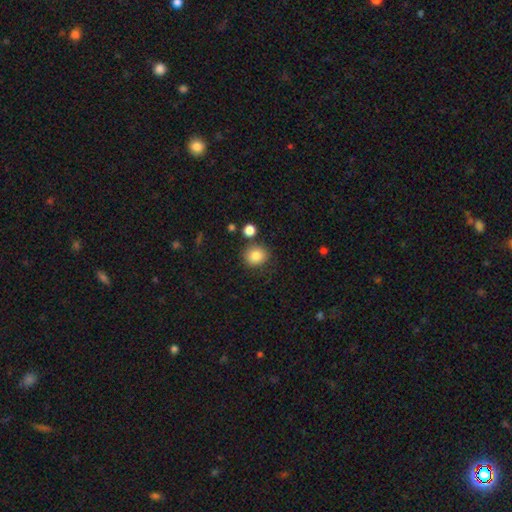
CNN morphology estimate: Q: Smooth or featured?
A: smooth (85%); runner-up: star or artifact (10%)
Q: How rounded?
A: round (80%); runner-up: in between (19%)
Q: Merging?
A: none (78%); runner-up: minor disturbance (11%)